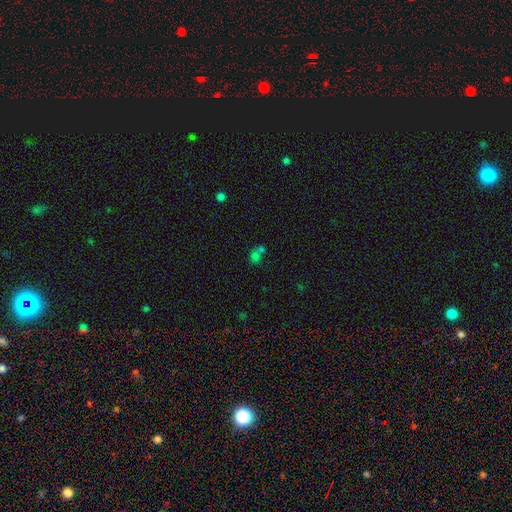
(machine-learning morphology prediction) Q: Smooth or featured?
A: smooth (63%); runner-up: star or artifact (25%)
Q: How rounded?
A: round (70%); runner-up: in between (28%)
Q: Merging?
A: merger (49%); runner-up: none (39%)